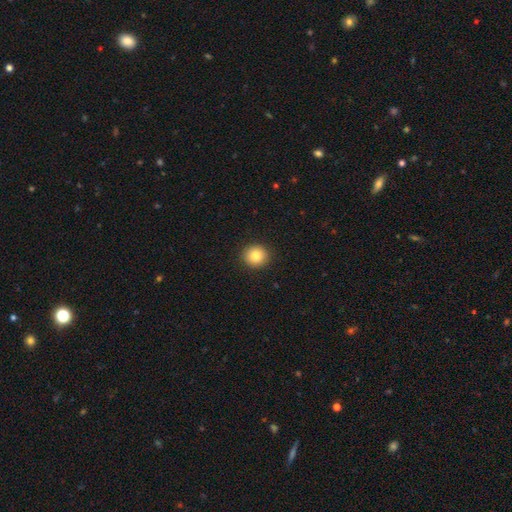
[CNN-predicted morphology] The model was most divided on "smooth or featured": smooth: 84%, star or artifact: 10%, featured or disk: 7%. More confident: merging — none (92%); how rounded — round (90%).